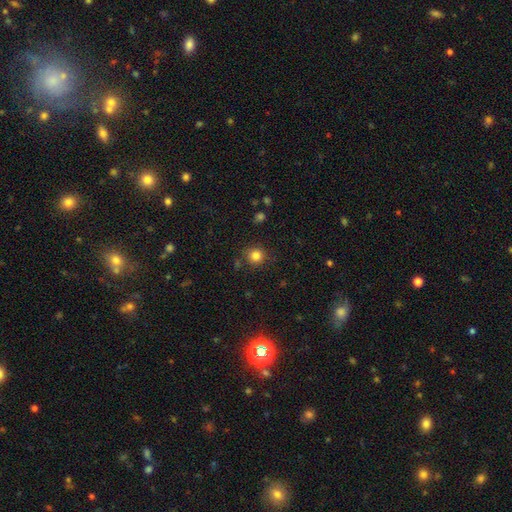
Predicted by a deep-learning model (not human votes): Overall: smooth (83%). How rounded: round (92%). Merging: none (84%).